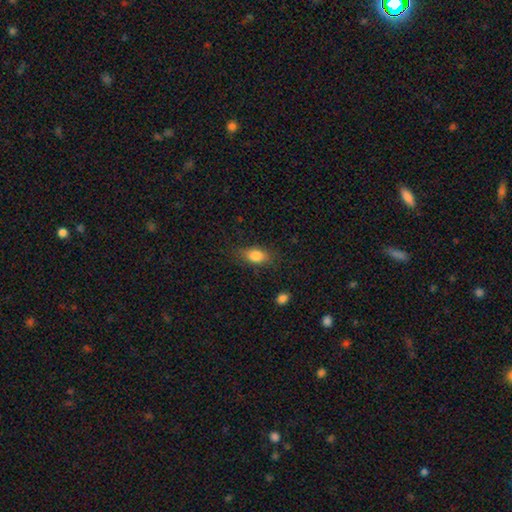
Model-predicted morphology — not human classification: Overall: smooth (83%). How rounded: in between (83%). Merging: none (78%).